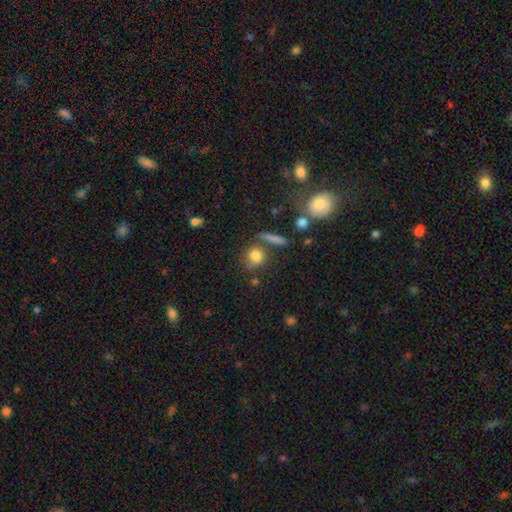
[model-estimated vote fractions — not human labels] smooth_or_featured: smooth (p=0.79) [alt: star or artifact p=0.11]
how_rounded: round (p=0.64) [alt: in between p=0.31]
merging: none (p=0.63) [alt: minor disturbance p=0.16]